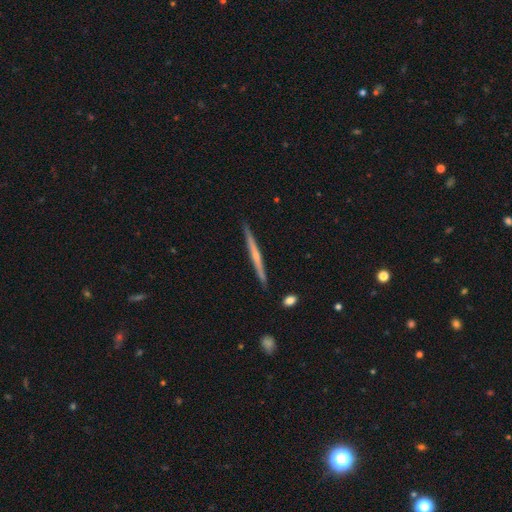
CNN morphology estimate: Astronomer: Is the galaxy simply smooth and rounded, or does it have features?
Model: featured or disk — 68%.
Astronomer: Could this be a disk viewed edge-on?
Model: yes — 98%.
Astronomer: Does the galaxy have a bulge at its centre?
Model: rounded — 50% (runner-up: none, 46%).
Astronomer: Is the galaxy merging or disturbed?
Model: none — 91%.